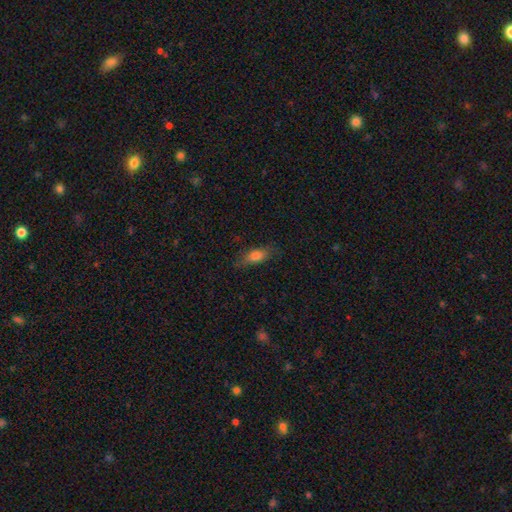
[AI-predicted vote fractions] Overall: smooth (75%). How rounded: in between (68%). Merging: none (77%).